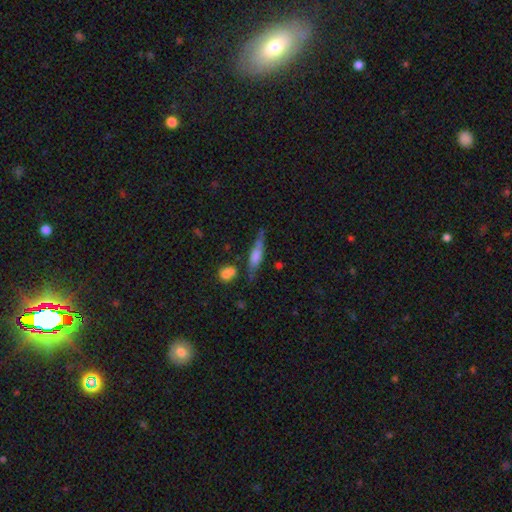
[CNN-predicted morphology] This appears to be a featured or disk galaxy (58%) viewed edge-on (92%) with a rounded central bulge (61%). Merging: none (69%).